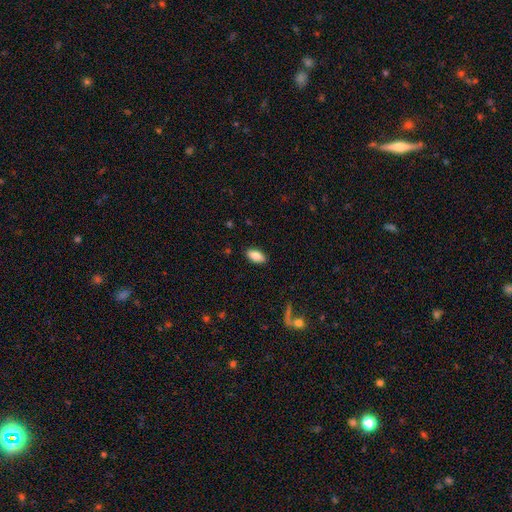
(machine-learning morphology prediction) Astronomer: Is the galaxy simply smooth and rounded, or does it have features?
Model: smooth — 81%.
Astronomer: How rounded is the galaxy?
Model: in between — 91%.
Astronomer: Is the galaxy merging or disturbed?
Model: none — 88%.